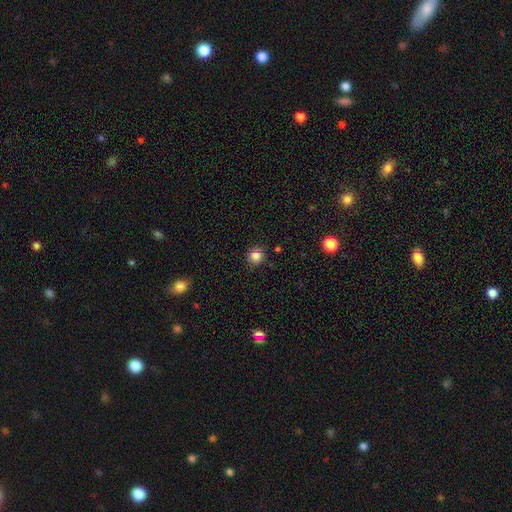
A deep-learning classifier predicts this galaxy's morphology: A smooth galaxy with no disk features (83%) that is round (90%). Merging: none (87%).